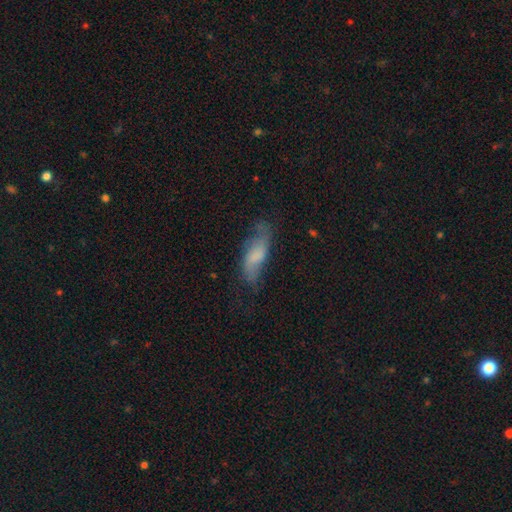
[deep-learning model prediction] Overall: smooth (55%; featured or disk 37%). How rounded: in between (66%; cigar-shaped 31%). Merging: none (53%; minor disturbance 29%).